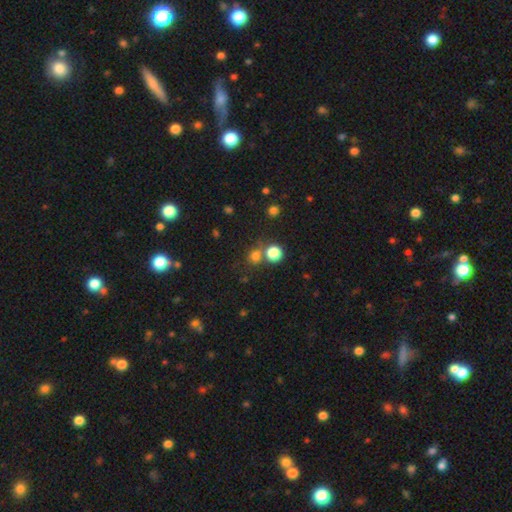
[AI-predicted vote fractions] A smooth galaxy with no disk features (71%) that is round (79%). Merging: none (59%).